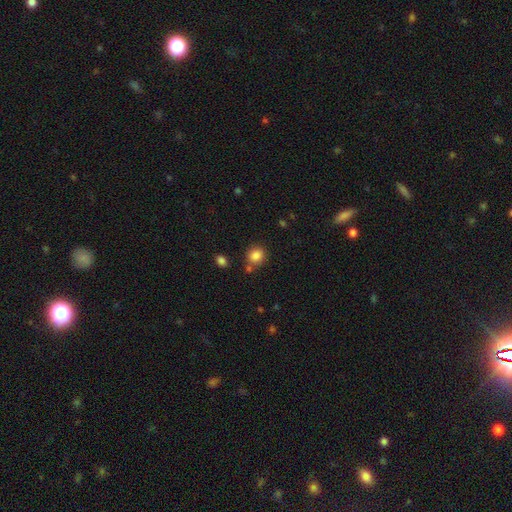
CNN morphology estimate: Smooth or featured? Predicted: smooth (p=0.85). How rounded? Predicted: round (p=0.83). Merging? Predicted: none (p=0.75).